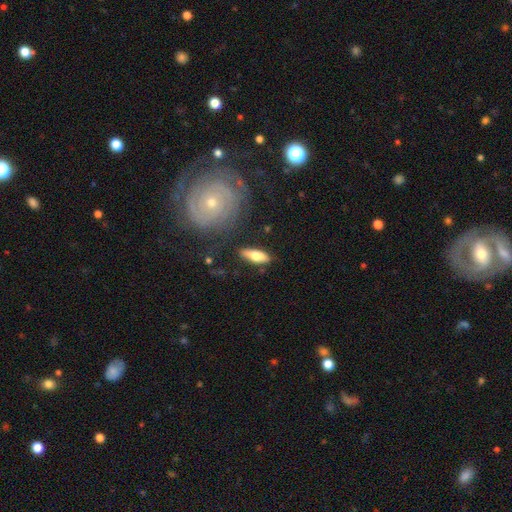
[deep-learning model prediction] A smooth galaxy with no disk features (62%) that is in between round and cigar-shaped (57%). Merging: none (83%).